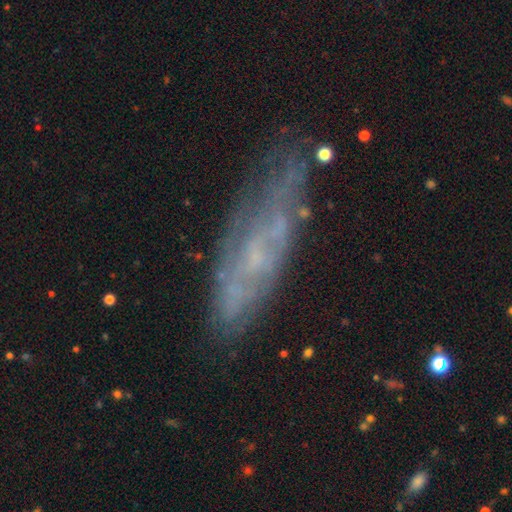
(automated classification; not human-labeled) This appears to be a featured or disk galaxy (64%). Merging: none (71%).